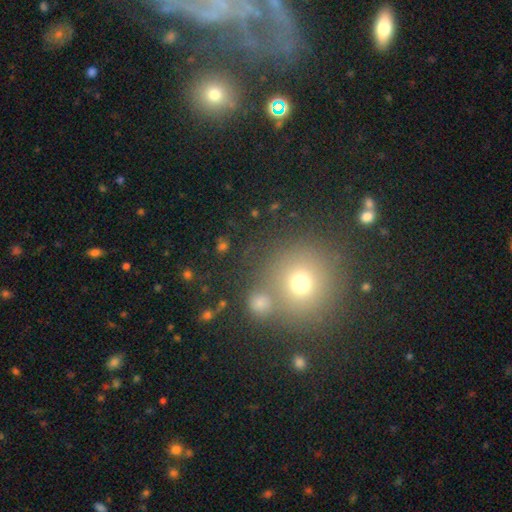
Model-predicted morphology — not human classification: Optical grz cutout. It shows a smooth galaxy with no disk features (59%) that is round (91%). Merging: none (75%).